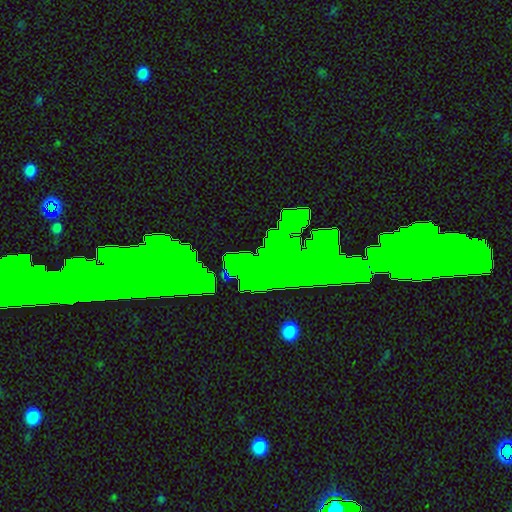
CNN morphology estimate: Smooth or featured? Predicted: star or artifact (p=0.77).